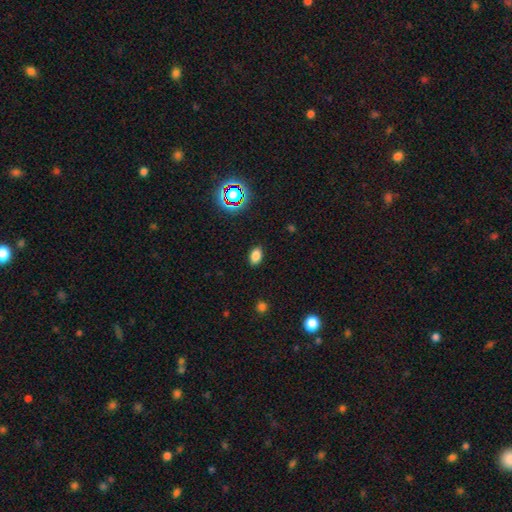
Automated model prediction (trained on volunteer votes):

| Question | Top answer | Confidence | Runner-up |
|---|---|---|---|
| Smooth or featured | smooth | 81% | star or artifact (14%) |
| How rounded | in between | 88% | round (10%) |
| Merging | none | 88% | minor disturbance (8%) |